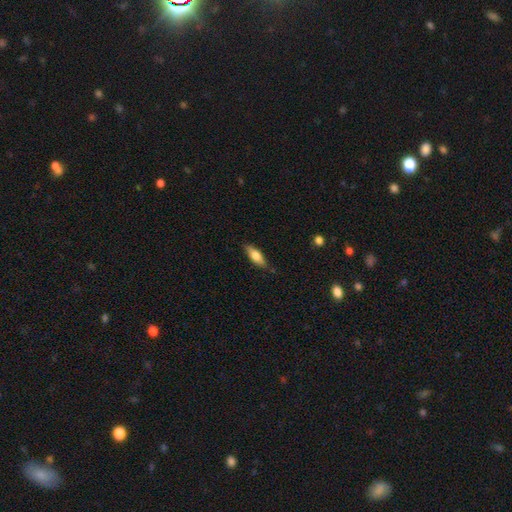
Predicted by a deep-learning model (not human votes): This is likely a smooth galaxy (68%). How rounded: possibly in between (58%). Merging: clearly none (81%).